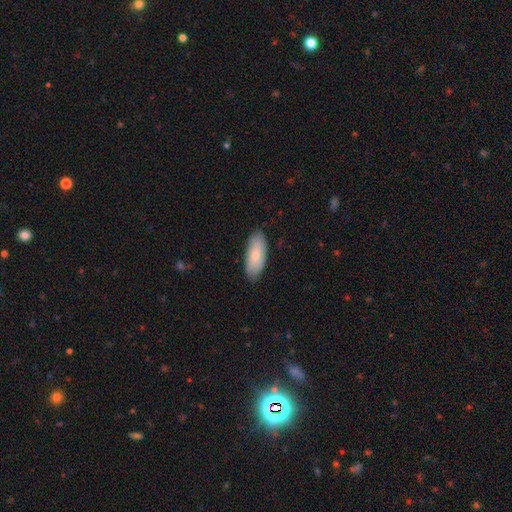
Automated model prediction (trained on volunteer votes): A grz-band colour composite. It shows a smooth galaxy with no disk features (79%) that is in between round and cigar-shaped (82%). Merging: none (83%).